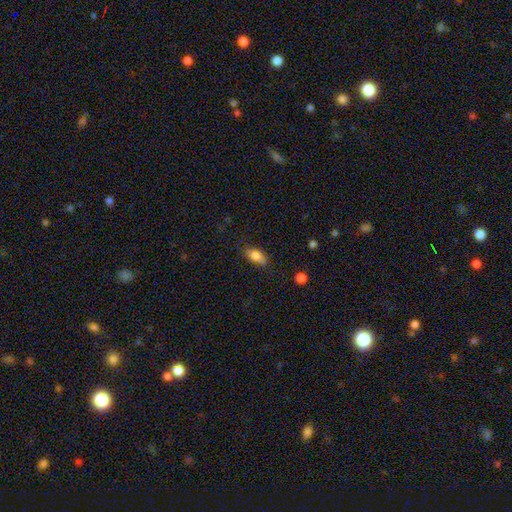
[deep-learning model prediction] This is clearly a smooth galaxy (83%). How rounded: clearly in between (84%). Merging: likely none (75%).